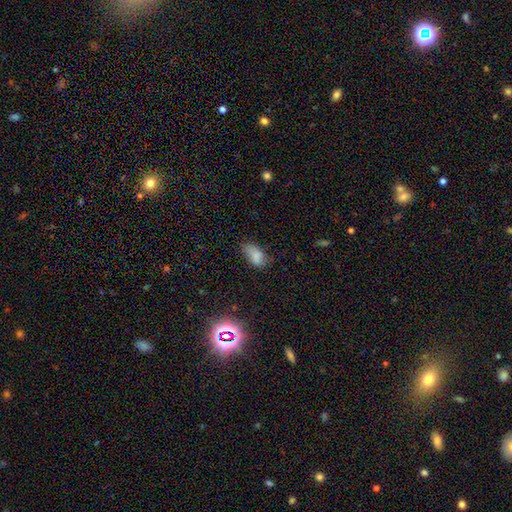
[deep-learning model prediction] Smooth or featured? smooth (78%)
How rounded? in between (92%)
Merging? none (53%)